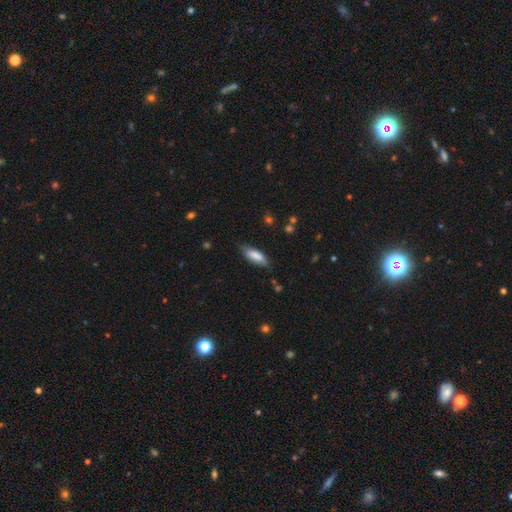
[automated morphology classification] This is clearly a smooth galaxy (80%). How rounded: likely in between (67%). Merging: likely none (76%).